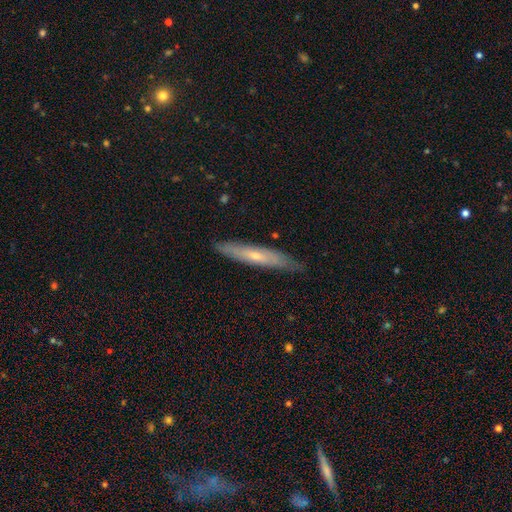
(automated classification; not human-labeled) This is possibly a featured or disk galaxy (54%). It is likely viewed edge-on (77%). Merging: clearly none (84%).